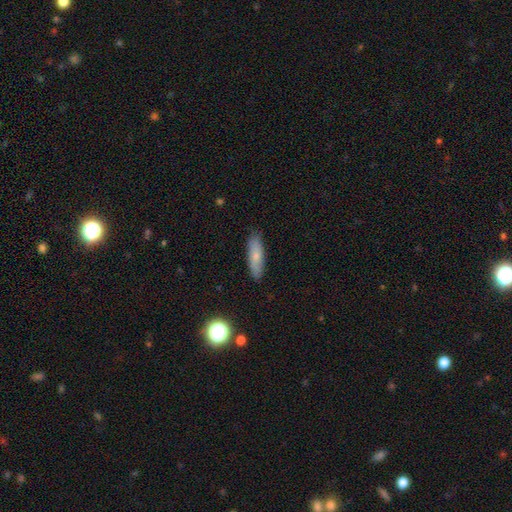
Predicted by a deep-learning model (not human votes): smooth 71%, featured or disk 21%, star or artifact 7%. Down the decision tree: how rounded — cigar-shaped (56%); merging — none (86%).